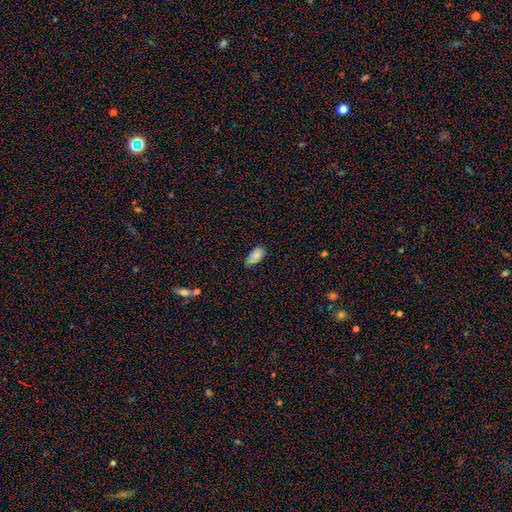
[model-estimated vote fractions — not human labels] This appears to be a smooth galaxy with no disk features (79%) that is in between round and cigar-shaped (93%). Merging: none (71%).